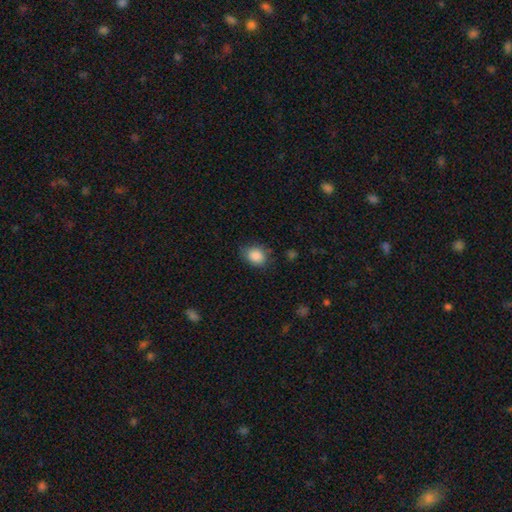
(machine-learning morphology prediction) A smooth galaxy with no disk features (88%) that is in between round and cigar-shaped (54%).

Vote fractions:
- Smooth or featured? smooth: 88% / star or artifact: 8% / featured or disk: 4%
- How rounded? in between: 54% / round: 45% / cigar-shaped: 1%
- Merging? none: 73% / minor disturbance: 20% / major disturbance: 5% / merger: 2%